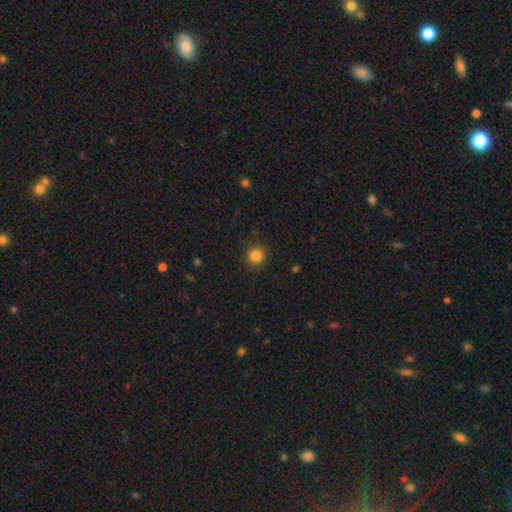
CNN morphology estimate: Overall: smooth (85%). How rounded: round (91%). Merging: none (89%).